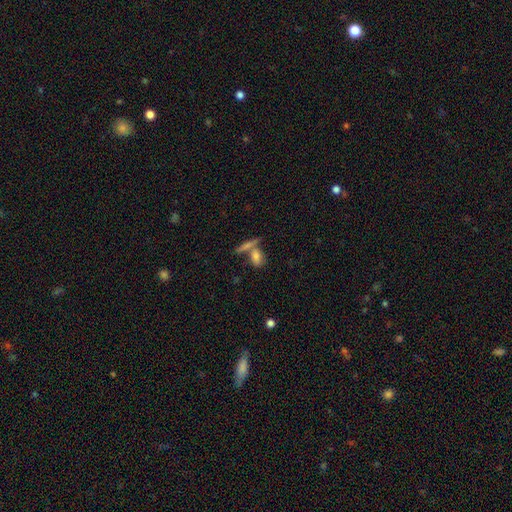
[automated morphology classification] Smooth or featured: smooth — 70% (featured or disk — 19%)
How rounded: in between — 68% (cigar-shaped — 20%)
Merging: none — 45% (merger — 39%)